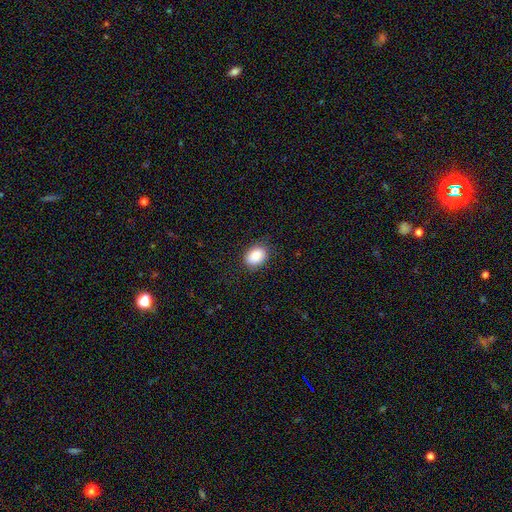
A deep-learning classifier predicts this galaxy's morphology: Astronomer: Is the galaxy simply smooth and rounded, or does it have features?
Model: smooth — 83%.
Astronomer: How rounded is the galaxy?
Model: in between — 68%.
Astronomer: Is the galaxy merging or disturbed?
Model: none — 83%.